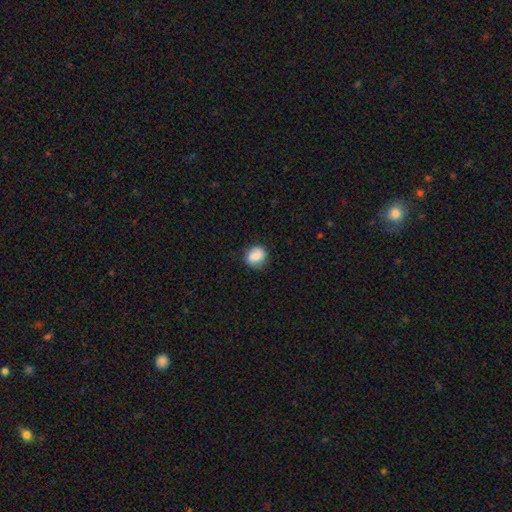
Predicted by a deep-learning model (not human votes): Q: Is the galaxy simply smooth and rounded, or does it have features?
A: smooth — 80%.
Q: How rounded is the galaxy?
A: round — 68%.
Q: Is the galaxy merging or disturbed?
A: none — 76%.